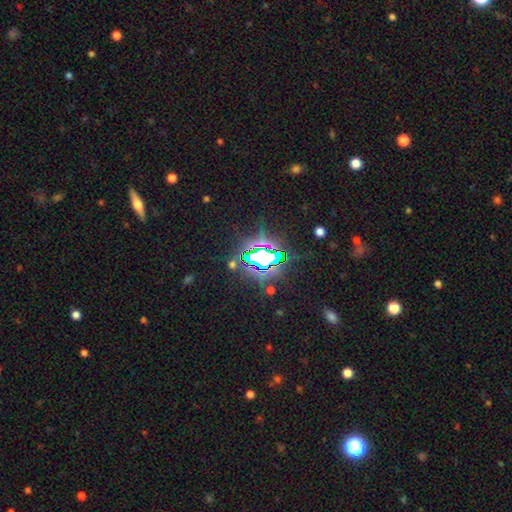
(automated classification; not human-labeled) Smooth or featured: star or artifact — 76% (smooth — 14%)